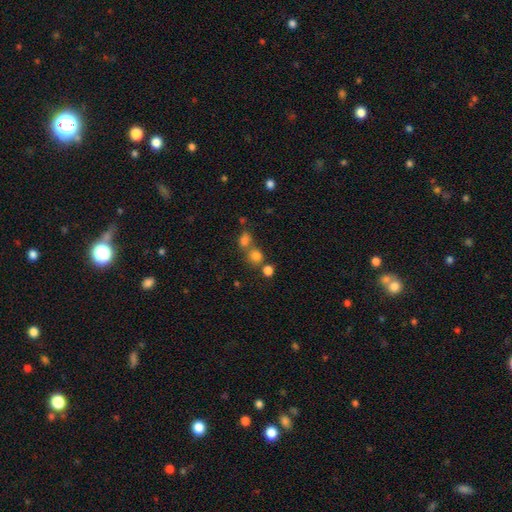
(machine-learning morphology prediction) Overall: smooth (76%). How rounded: round (79%). Merging: none (53%; merger 35%).